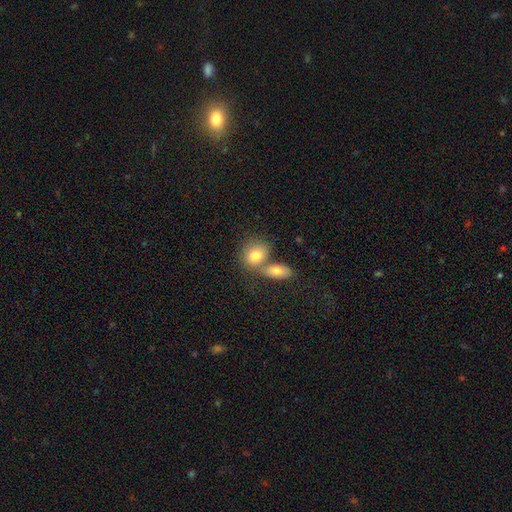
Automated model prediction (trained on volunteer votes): Overall: smooth (79%). How rounded: in between (52%; round 45%). Merging: merger (47%; none 40%).